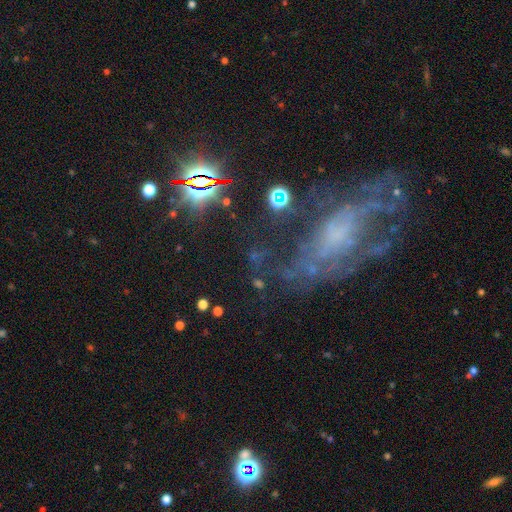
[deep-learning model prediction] A featured or disk galaxy (39%, tied with star or artifact).

Vote fractions:
- Smooth or featured? featured or disk: 39% (tied) / star or artifact: 39% (tied) / smooth: 22%
- Merging? none: 55% / major disturbance: 20% / minor disturbance: 18% / merger: 7%